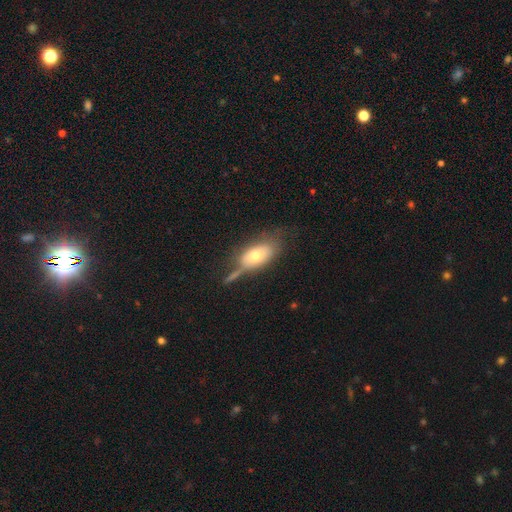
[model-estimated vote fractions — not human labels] This is likely a smooth galaxy (67%). How rounded: clearly in between (89%). Merging: marginally none (42%).